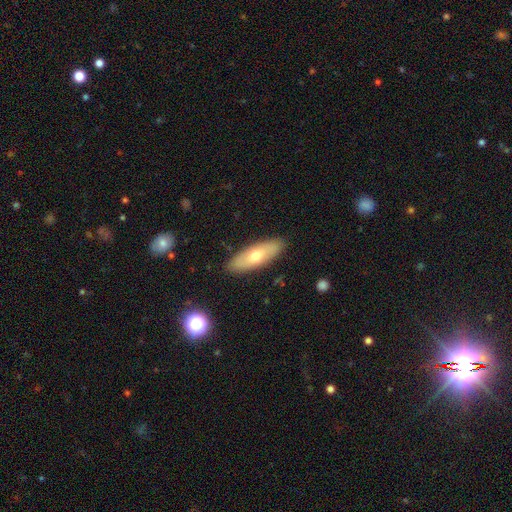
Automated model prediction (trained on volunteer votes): Q: Smooth or featured?
A: smooth (57%); runner-up: featured or disk (36%)
Q: How rounded?
A: in between (63%); runner-up: cigar-shaped (34%)
Q: Merging?
A: none (88%); runner-up: minor disturbance (9%)